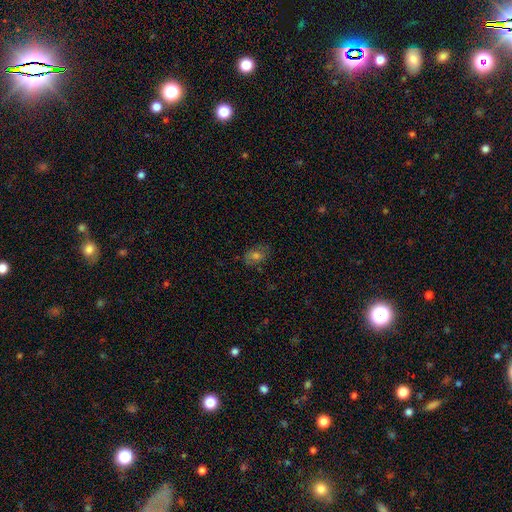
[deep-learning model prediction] This is likely a smooth galaxy (60%). How rounded: likely in between (69%). Merging: likely none (78%).